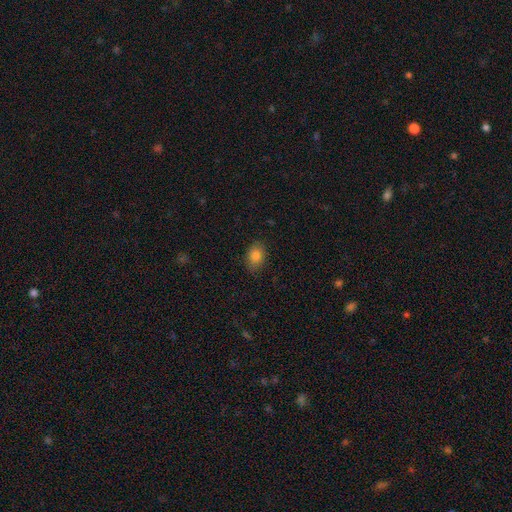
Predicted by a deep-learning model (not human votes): This appears to be a smooth galaxy with no disk features (82%) that is in between round and cigar-shaped (81%). Merging: none (84%).